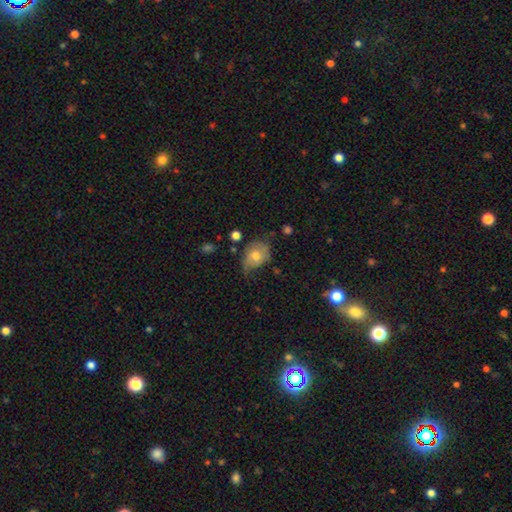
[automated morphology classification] A smooth galaxy with no disk features (59%) that is in between round and cigar-shaped (63%).

Vote fractions:
- Smooth or featured? smooth: 59% / featured or disk: 32% / star or artifact: 9%
- How rounded? in between: 63% / round: 36% / cigar-shaped: 1%
- Merging? none: 45% / minor disturbance: 38% / major disturbance: 14% / merger: 3%